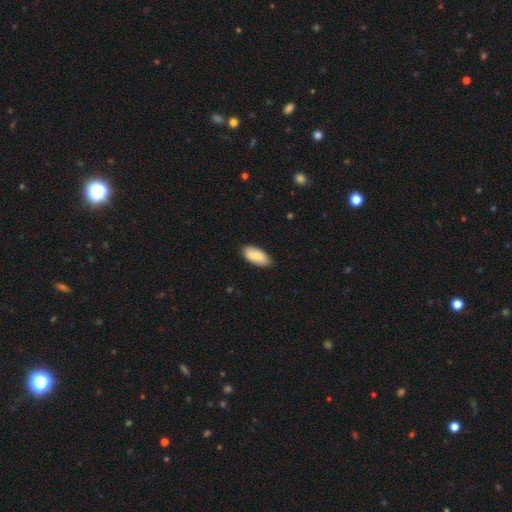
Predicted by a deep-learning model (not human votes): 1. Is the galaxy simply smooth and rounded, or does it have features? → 85% smooth, 10% featured or disk, 6% star or artifact.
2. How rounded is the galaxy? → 91% in between, 7% cigar-shaped, 2% round.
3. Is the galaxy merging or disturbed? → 84% none, 13% minor disturbance, 2% major disturbance, 1% merger.